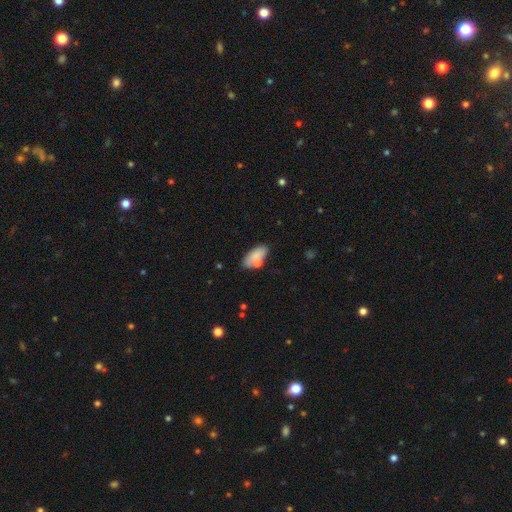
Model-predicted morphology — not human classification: smooth_or_featured: smooth (p=0.75) [alt: featured or disk p=0.17]
how_rounded: in between (p=0.88) [alt: cigar-shaped p=0.08]
merging: none (p=0.62) [alt: minor disturbance p=0.19]